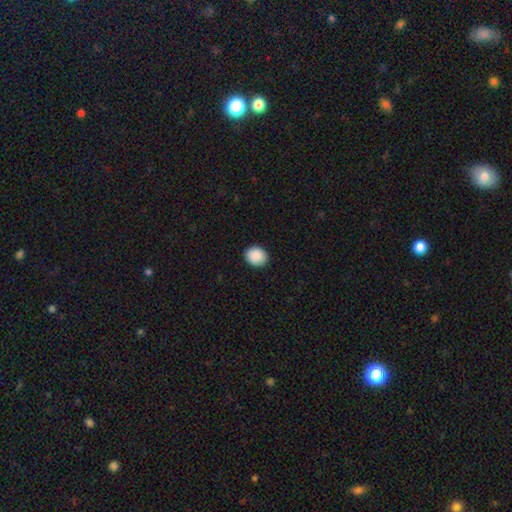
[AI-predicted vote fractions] Smooth or featured?
  - smooth: 90% *
  - star or artifact: 7%
  - featured or disk: 3%
How rounded?
  - round: 67% *
  - in between: 32%
  - cigar-shaped: 1%
Merging?
  - none: 90% *
  - minor disturbance: 8%
  - major disturbance: 2%
  - merger: 1%